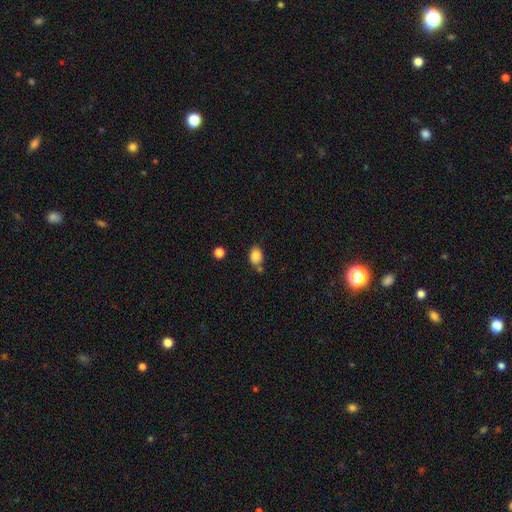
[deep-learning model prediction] The model was most divided on "how rounded": in between: 68%, round: 31%, cigar-shaped: 1%. More confident: smooth or featured — smooth (84%); merging — none (67%).